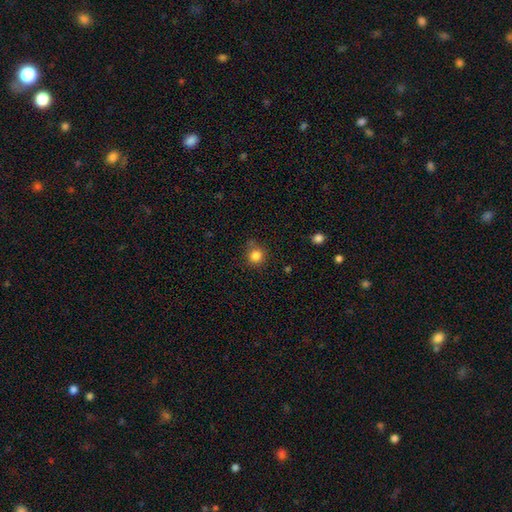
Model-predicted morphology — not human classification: A smooth galaxy with no disk features (83%) that is round (89%).

Vote fractions:
- Smooth or featured? smooth: 83% / star or artifact: 12% / featured or disk: 5%
- How rounded? round: 89% / in between: 10% / cigar-shaped: 1%
- Merging? none: 77% / minor disturbance: 15% / merger: 4% / major disturbance: 4%